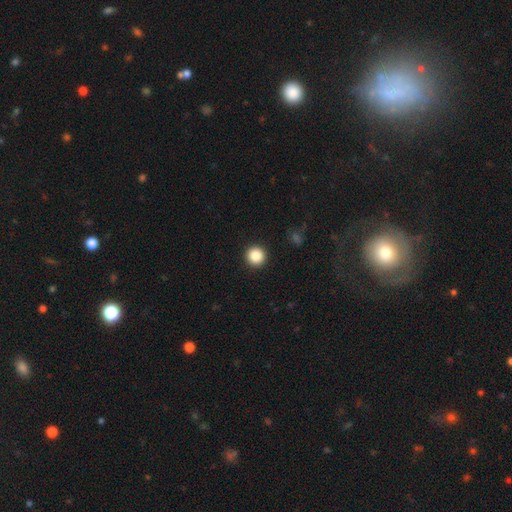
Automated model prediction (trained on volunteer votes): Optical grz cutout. It shows a smooth galaxy with no disk features (86%) that is round (96%). Merging: none (93%).